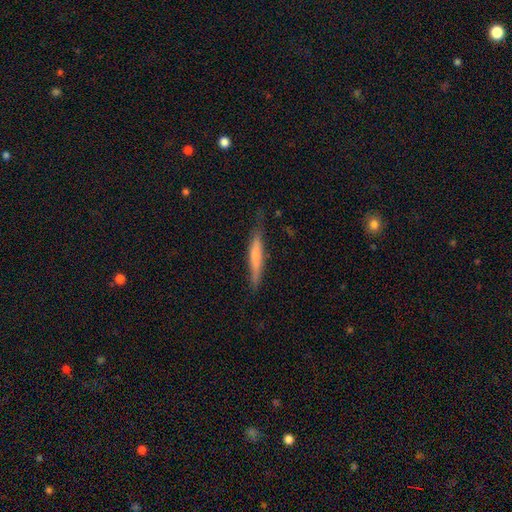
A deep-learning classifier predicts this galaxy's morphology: Smooth or featured? smooth (61%)
How rounded? cigar-shaped (93%)
Merging? none (74%)